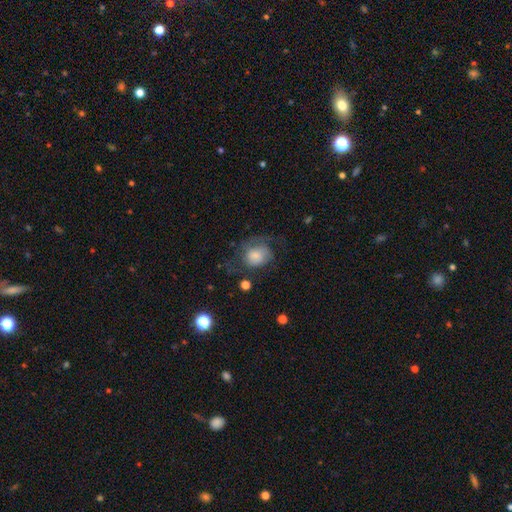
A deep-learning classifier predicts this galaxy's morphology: This appears to be a smooth galaxy with no disk features (55%) that is round (60%). Merging: none (38%).